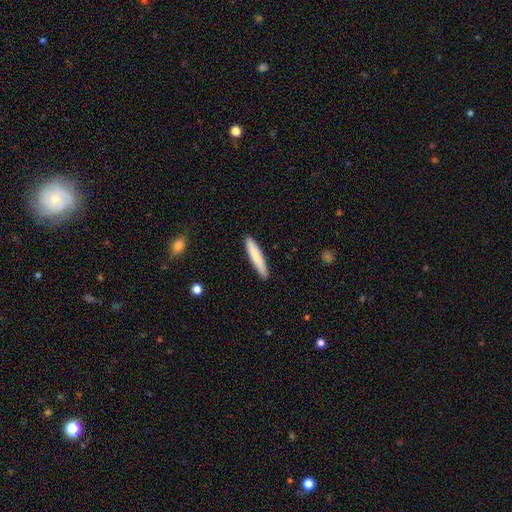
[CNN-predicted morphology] type=smooth (80%); roundness=cigar-shaped (93%); merging=none (91%).